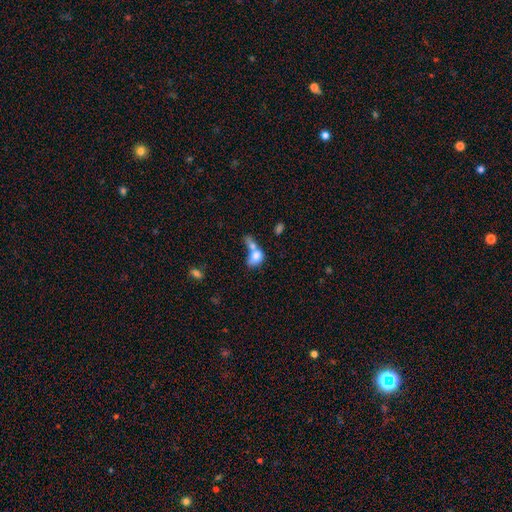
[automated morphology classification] This is likely a smooth galaxy (74%). How rounded: likely in between (67%). Merging: likely merger (63%).